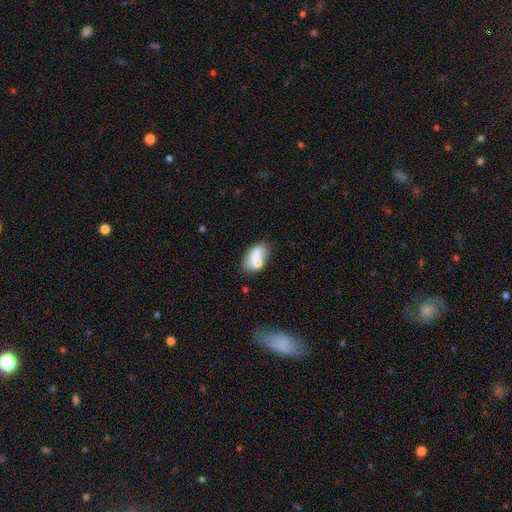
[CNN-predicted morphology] smooth_or_featured: smooth (p=0.67) [alt: featured or disk p=0.25]
how_rounded: in between (p=0.85) [alt: round p=0.12]
merging: merger (p=0.39) [alt: none p=0.36]